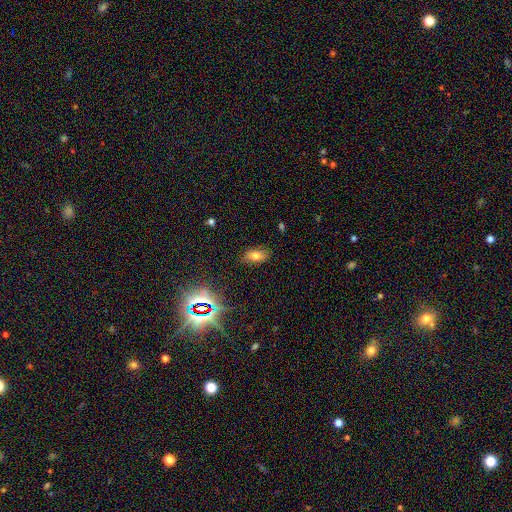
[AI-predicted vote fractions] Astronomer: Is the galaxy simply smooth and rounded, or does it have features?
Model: smooth — 67%.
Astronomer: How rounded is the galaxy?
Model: in between — 88%.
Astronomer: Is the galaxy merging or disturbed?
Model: none — 84%.